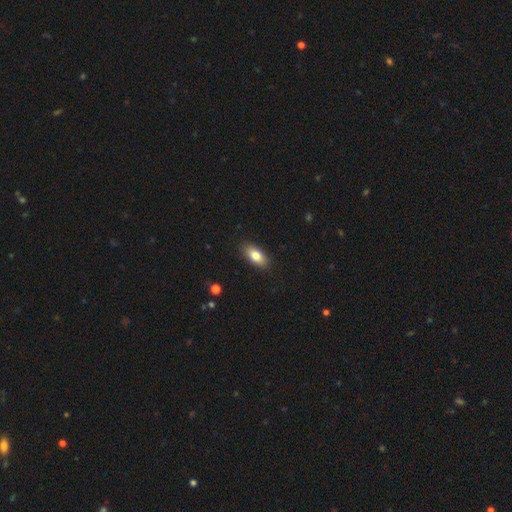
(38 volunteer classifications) Overall: smooth (82%). How rounded: in between (90%). Merging: none (83%).